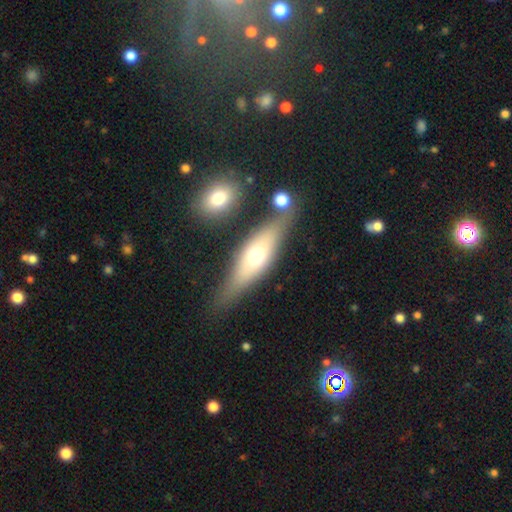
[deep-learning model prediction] Smooth or featured: featured or disk — 47% (smooth — 46%)
Merging: none — 72% (minor disturbance — 15%)